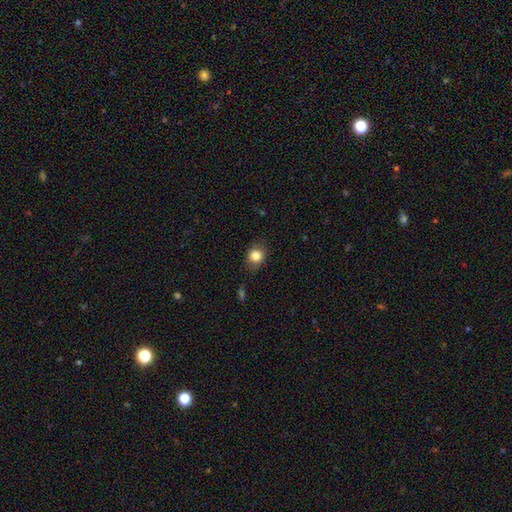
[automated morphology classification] Smooth or featured? Predicted: smooth (p=0.83). How rounded? Predicted: round (p=0.70). Merging? Predicted: none (p=0.79).